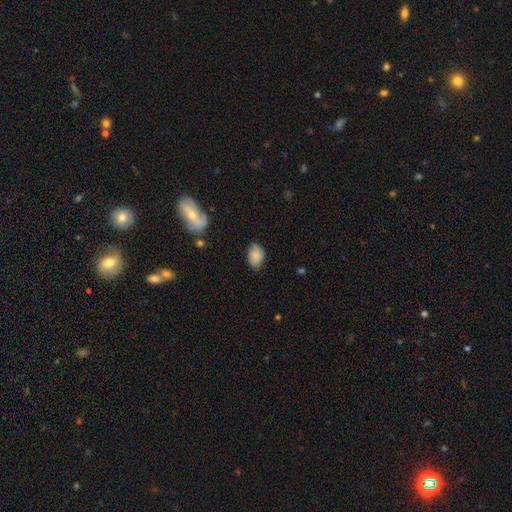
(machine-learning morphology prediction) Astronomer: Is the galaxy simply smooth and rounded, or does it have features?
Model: smooth — 78%.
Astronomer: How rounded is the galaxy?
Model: in between — 82%.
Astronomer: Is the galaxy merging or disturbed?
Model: none — 68%.